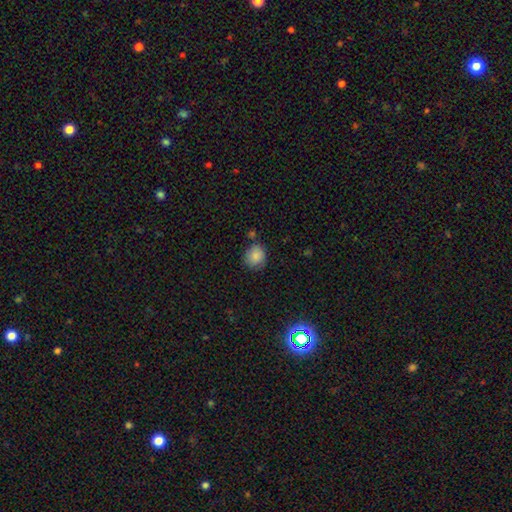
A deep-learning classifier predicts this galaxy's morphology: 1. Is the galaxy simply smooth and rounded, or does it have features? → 85% smooth, 9% star or artifact, 6% featured or disk.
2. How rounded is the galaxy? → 79% round, 20% in between, 1% cigar-shaped.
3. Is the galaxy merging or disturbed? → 73% none, 17% minor disturbance, 7% merger, 4% major disturbance.